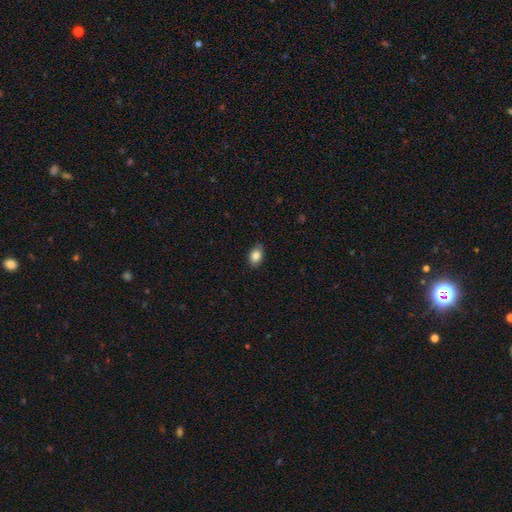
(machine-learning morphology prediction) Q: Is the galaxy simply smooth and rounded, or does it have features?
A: smooth — 85%.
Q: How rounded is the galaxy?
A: in between — 82%.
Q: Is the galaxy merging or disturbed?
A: none — 84%.